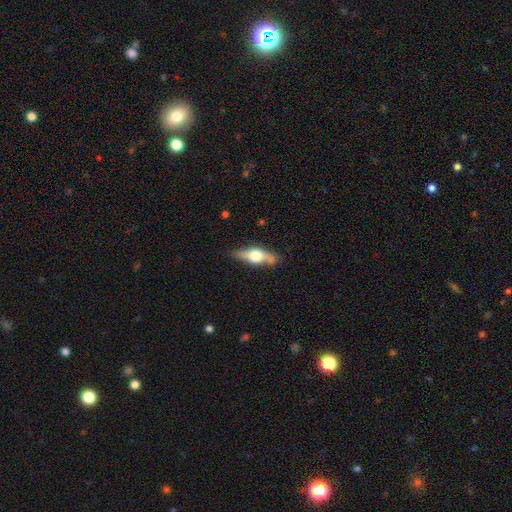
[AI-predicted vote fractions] smooth-or-featured: featured or disk: 60% | smooth: 33% | star or artifact: 6%
  disk-edge-on: yes: 91% | no: 9%
    edge-on-bulge: rounded: 94% | boxy: 4% | none: 1%
  merging: none: 77% | minor disturbance: 16% | major disturbance: 4% | merger: 3%